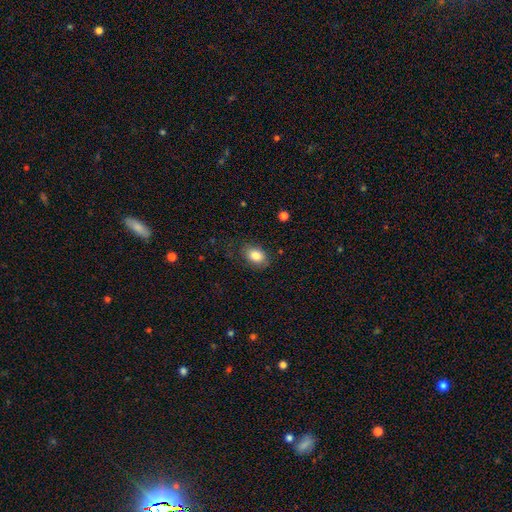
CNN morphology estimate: This is clearly a smooth galaxy (83%). How rounded: likely in between (79%). Merging: likely none (74%).